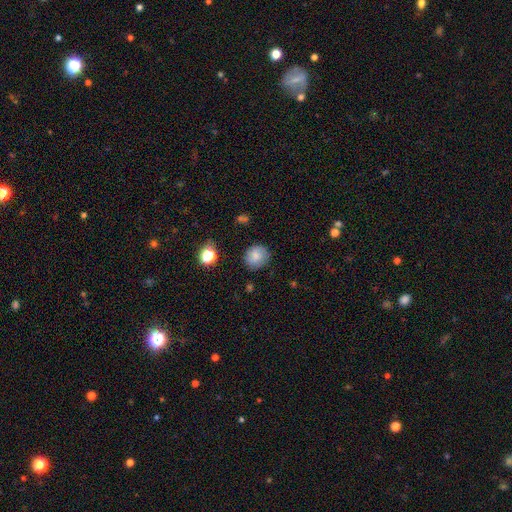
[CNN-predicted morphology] smooth_or_featured: smooth (p=0.75) [alt: featured or disk p=0.14]
how_rounded: round (p=0.81) [alt: in between p=0.18]
merging: none (p=0.78) [alt: minor disturbance p=0.16]